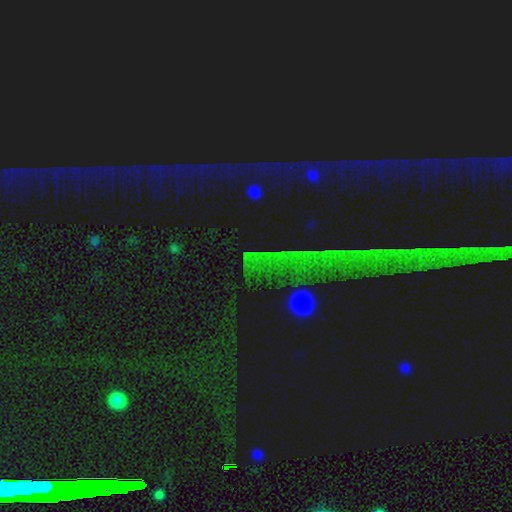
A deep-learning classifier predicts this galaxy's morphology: The model was most divided on "smooth or featured": star or artifact: 65%, smooth: 20%, featured or disk: 14%.